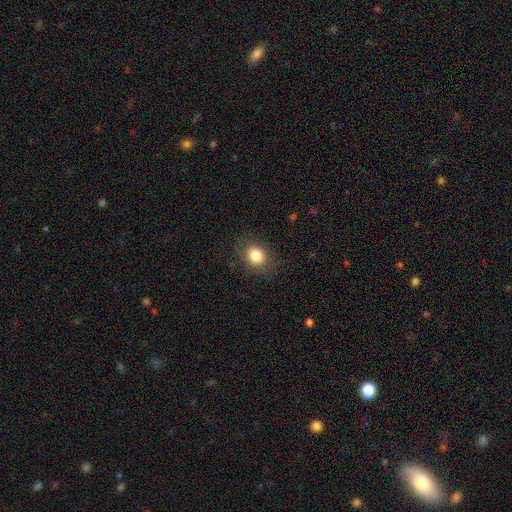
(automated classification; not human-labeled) A smooth galaxy with no disk features (83%) that is round (60%). Merging: none (83%).